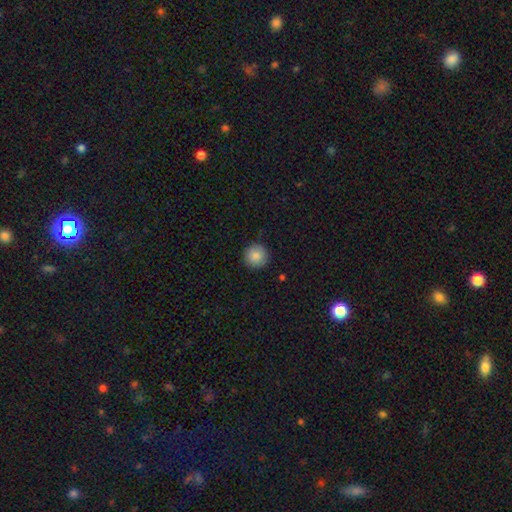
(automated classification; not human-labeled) Smooth or featured: smooth — 87% (star or artifact — 8%)
How rounded: round — 95% (in between — 4%)
Merging: none — 91% (minor disturbance — 7%)